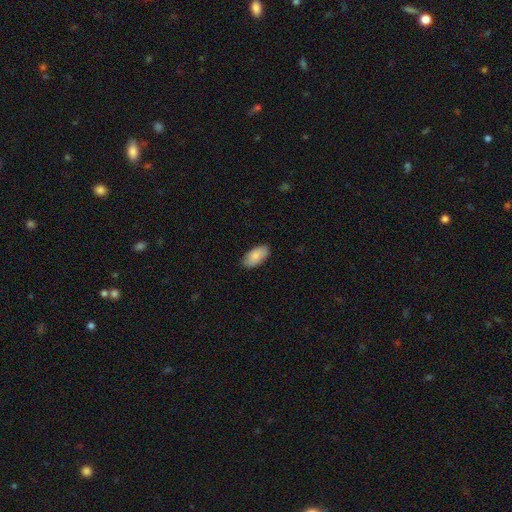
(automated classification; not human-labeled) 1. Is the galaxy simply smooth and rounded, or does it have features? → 86% smooth, 8% featured or disk, 6% star or artifact.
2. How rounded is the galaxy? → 94% in between, 4% cigar-shaped, 2% round.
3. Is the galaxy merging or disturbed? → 86% none, 11% minor disturbance, 2% major disturbance, 1% merger.